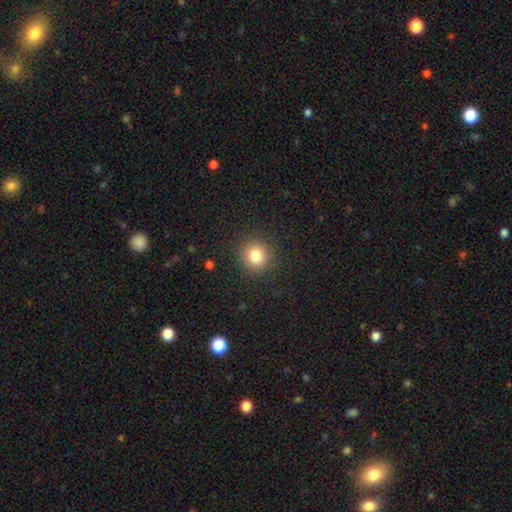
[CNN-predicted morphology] A smooth galaxy with no disk features (82%) that is round (88%). Merging: none (90%).